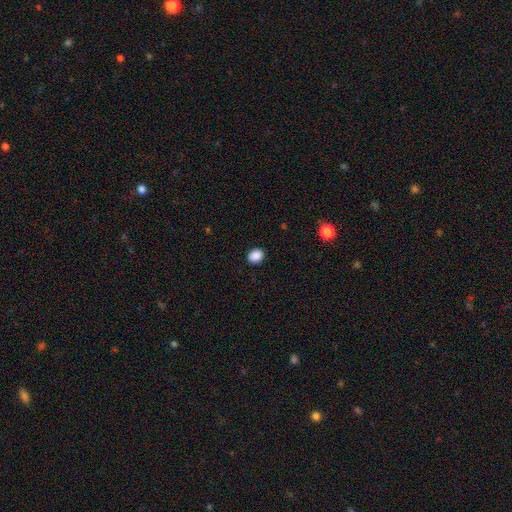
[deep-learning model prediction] Q: Smooth or featured?
A: smooth (88%); runner-up: star or artifact (9%)
Q: How rounded?
A: round (58%); runner-up: in between (41%)
Q: Merging?
A: none (90%); runner-up: minor disturbance (7%)